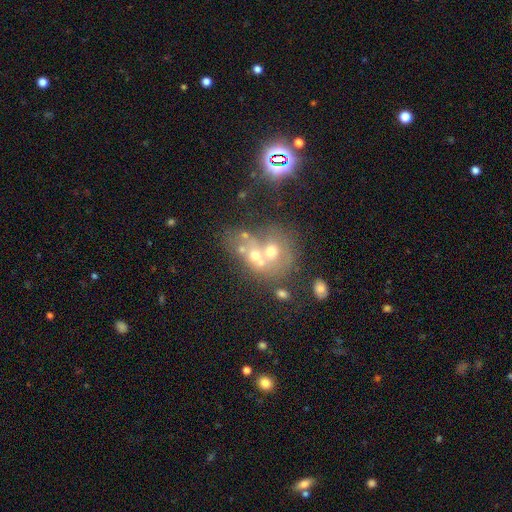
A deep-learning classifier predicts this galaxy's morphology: smooth-or-featured: smooth: 42% | featured or disk: 39% | star or artifact: 18%
  merging: merger: 60% | none: 23% | major disturbance: 9% | minor disturbance: 8%